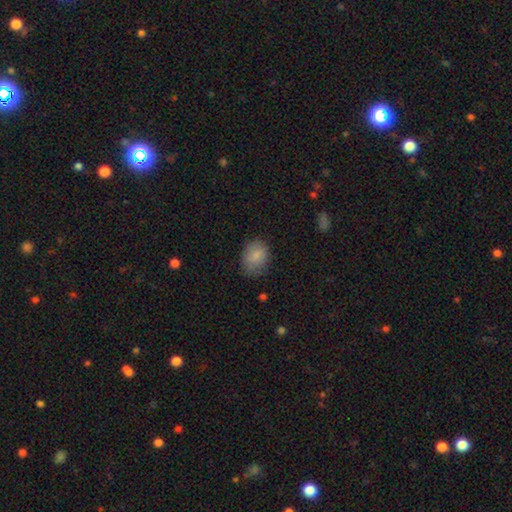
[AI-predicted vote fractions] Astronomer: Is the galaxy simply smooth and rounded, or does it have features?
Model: smooth — 85%.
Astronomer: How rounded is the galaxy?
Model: in between — 62%.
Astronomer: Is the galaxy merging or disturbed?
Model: none — 74%.